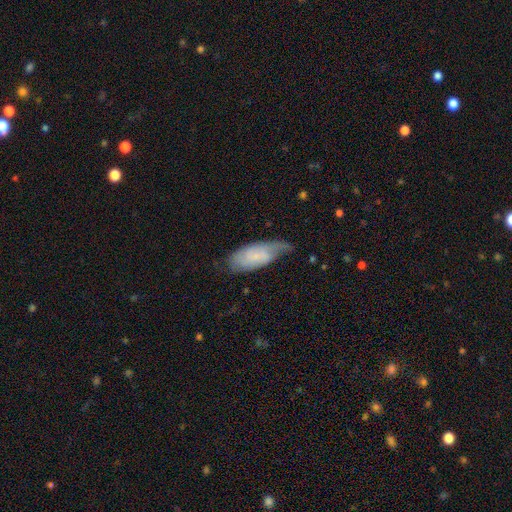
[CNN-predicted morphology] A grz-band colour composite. It shows a smooth galaxy with no disk features (48%). Merging: none (43%).